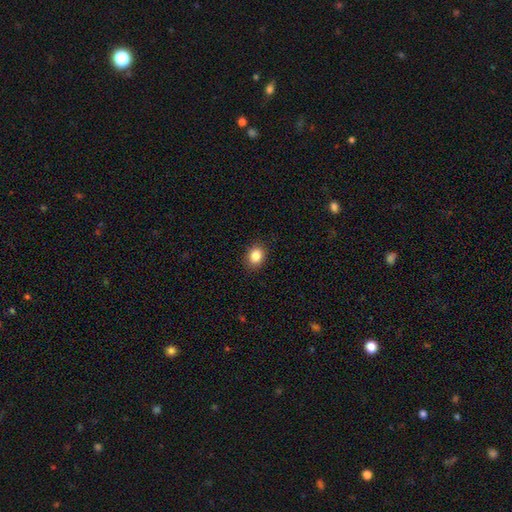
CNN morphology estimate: The model was most divided on "how rounded": round: 52%, in between: 47%, cigar-shaped: 1%. More confident: merging — none (89%); smooth or featured — smooth (85%).